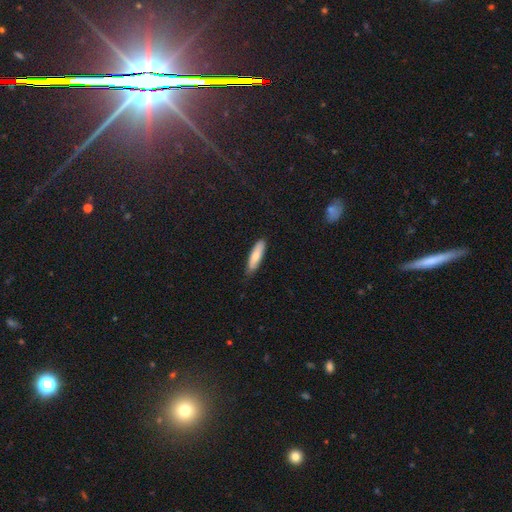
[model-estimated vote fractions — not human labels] Morphology: type=smooth (77%); roundness=cigar-shaped (68%); merging=none (77%).